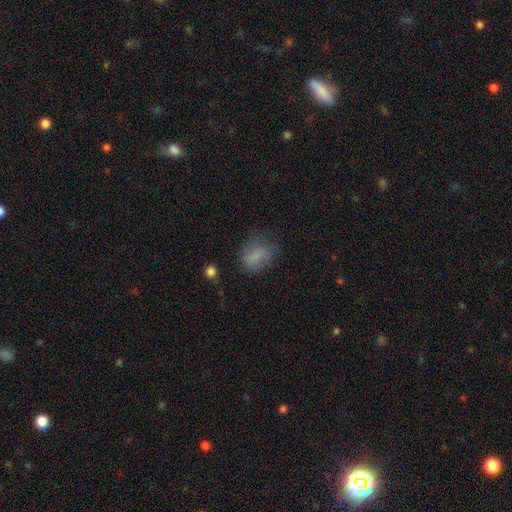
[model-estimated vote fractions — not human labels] This is likely a smooth galaxy (75%). How rounded: likely in between (70%). Merging: possibly none (58%).